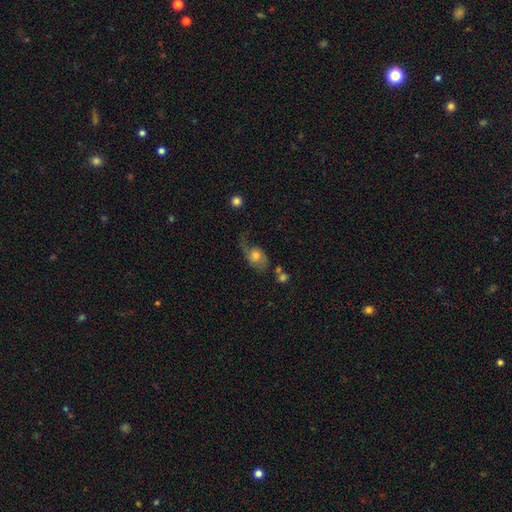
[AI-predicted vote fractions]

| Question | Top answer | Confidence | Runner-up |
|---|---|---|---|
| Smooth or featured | smooth | 49% | featured or disk (43%) |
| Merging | major disturbance | 37% | none (29%) |